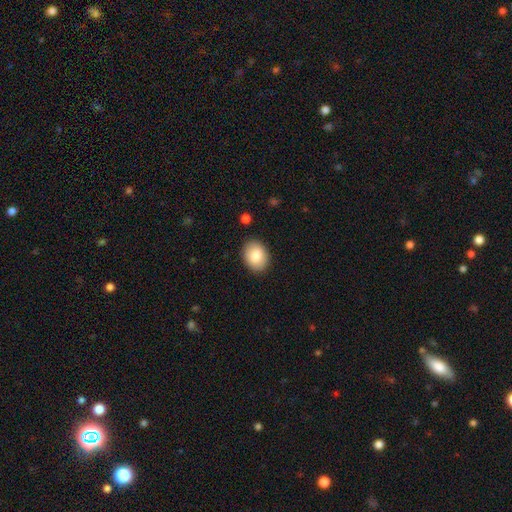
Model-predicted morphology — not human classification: Q: Smooth or featured?
A: smooth (84%); runner-up: featured or disk (9%)
Q: How rounded?
A: in between (72%); runner-up: round (27%)
Q: Merging?
A: none (88%); runner-up: minor disturbance (9%)